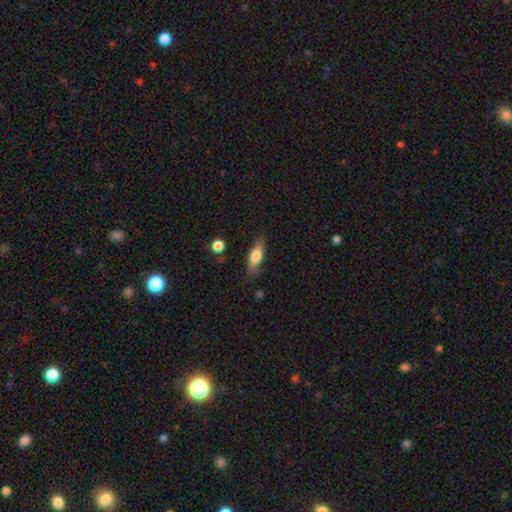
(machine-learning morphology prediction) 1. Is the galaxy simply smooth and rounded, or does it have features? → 71% smooth, 22% featured or disk, 7% star or artifact.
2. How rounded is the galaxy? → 64% in between, 33% cigar-shaped, 3% round.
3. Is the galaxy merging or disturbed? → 77% none, 17% minor disturbance, 4% major disturbance, 2% merger.